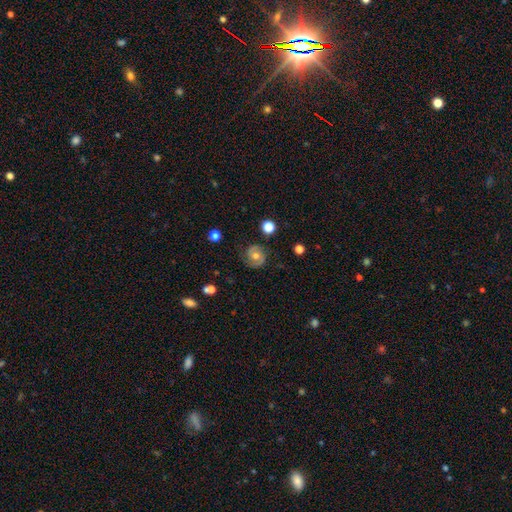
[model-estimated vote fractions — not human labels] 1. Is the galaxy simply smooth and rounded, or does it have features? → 62% featured or disk, 29% smooth, 9% star or artifact.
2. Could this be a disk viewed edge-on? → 97% no, 3% yes.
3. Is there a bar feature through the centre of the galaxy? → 64% no, 29% weak, 7% strong.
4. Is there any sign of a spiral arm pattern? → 86% yes, 14% no.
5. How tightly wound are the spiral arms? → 43% medium, 41% tight, 16% loose.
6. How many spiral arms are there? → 83% 2, 9% can't tell, 5% 1, 2% 3, 1% 4, 1% more than 4.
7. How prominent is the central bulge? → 72% moderate, 21% small, 5% large, 2% none, 1% dominant.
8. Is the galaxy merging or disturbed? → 79% none, 15% minor disturbance, 5% major disturbance, 1% merger.